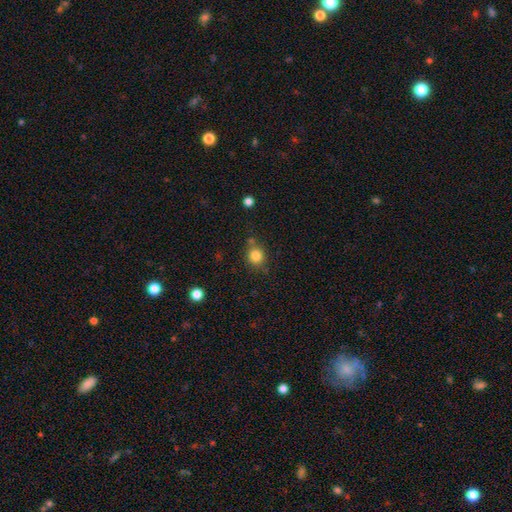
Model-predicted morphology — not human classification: Overall: smooth (83%). How rounded: round (83%). Merging: none (70%).